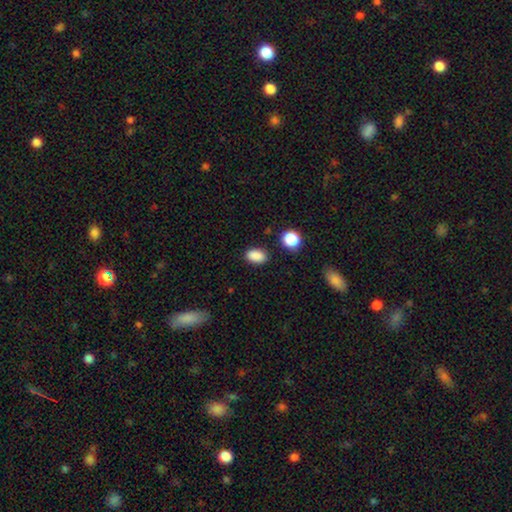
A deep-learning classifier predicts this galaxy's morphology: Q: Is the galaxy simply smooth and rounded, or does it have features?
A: smooth — 87%.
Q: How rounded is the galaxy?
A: in between — 85%.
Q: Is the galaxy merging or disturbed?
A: none — 85%.